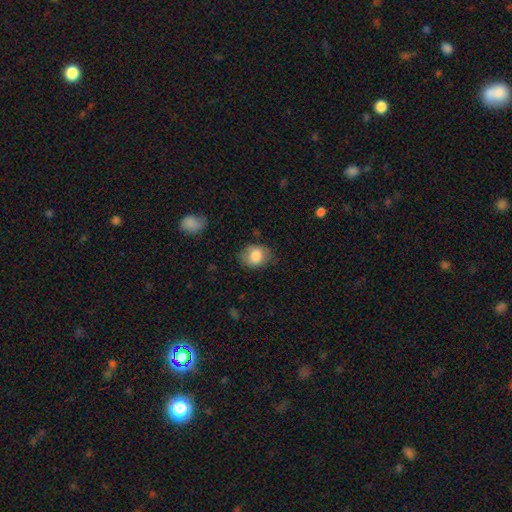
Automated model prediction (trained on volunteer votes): Overall: smooth (84%). How rounded: in between (52%; round 47%). Merging: none (69%).